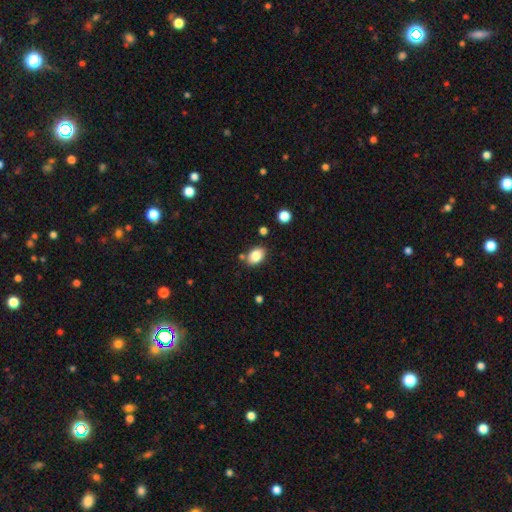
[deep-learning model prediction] Smooth or featured?
  - smooth: 84% *
  - star or artifact: 9%
  - featured or disk: 7%
How rounded?
  - in between: 80% *
  - round: 19%
  - cigar-shaped: 1%
Merging?
  - none: 79% *
  - minor disturbance: 12%
  - merger: 7%
  - major disturbance: 3%